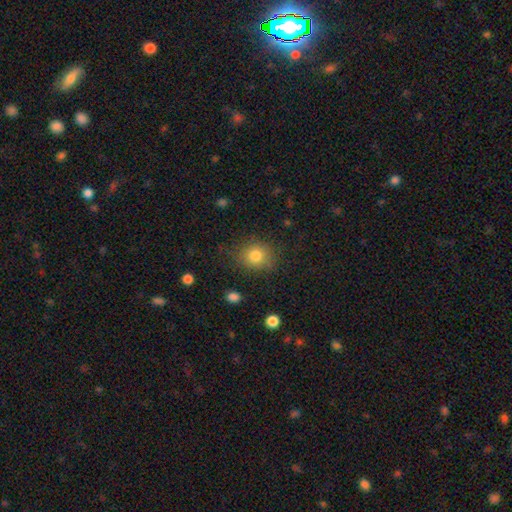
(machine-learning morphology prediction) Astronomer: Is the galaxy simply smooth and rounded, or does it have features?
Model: smooth — 81%.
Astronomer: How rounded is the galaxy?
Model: round — 73%.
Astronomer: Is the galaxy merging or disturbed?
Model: none — 78%.